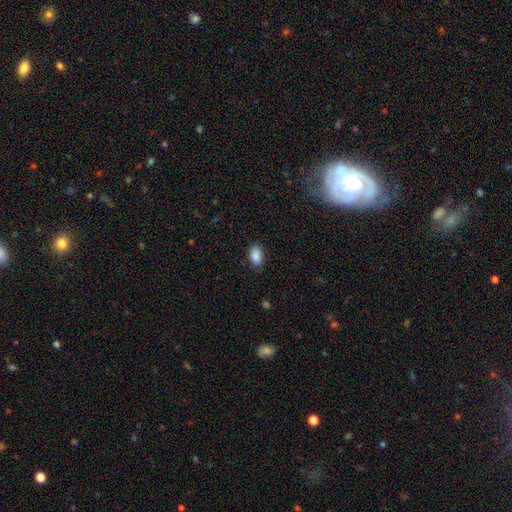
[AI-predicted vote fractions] Smooth or featured? smooth (89%)
How rounded? in between (91%)
Merging? none (84%)